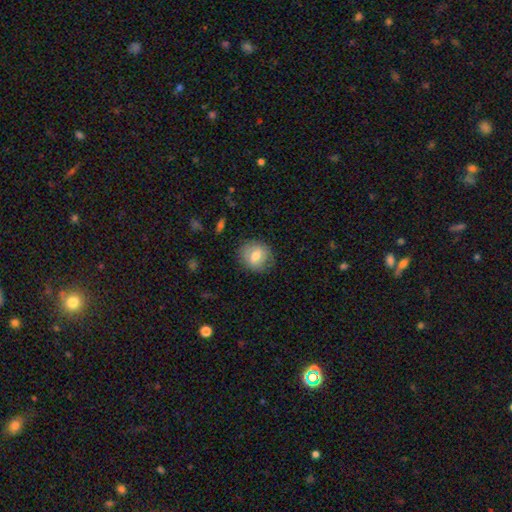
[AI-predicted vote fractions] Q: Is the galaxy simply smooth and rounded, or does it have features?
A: smooth — 69%.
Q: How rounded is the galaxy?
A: round — 79%.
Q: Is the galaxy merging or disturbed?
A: none — 80%.